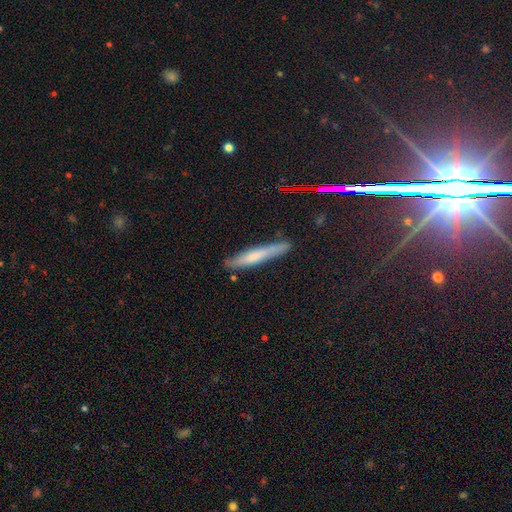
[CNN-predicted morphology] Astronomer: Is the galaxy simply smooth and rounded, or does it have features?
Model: smooth — 57% (runner-up: featured or disk, 34%).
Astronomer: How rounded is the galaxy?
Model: cigar-shaped — 92%.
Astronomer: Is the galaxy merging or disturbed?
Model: none — 81%.